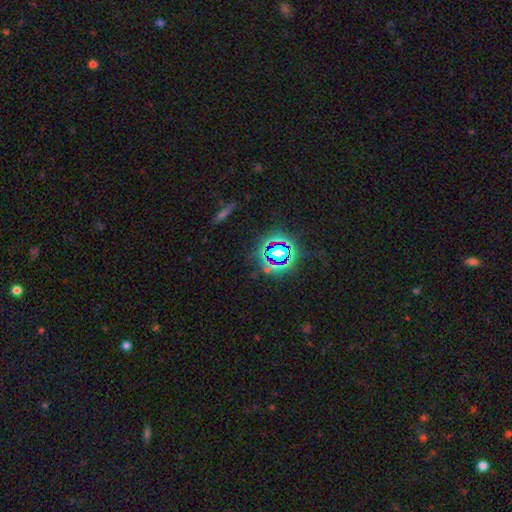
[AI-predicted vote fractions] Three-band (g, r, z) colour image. It shows a star or artifact, not a galaxy (76%).